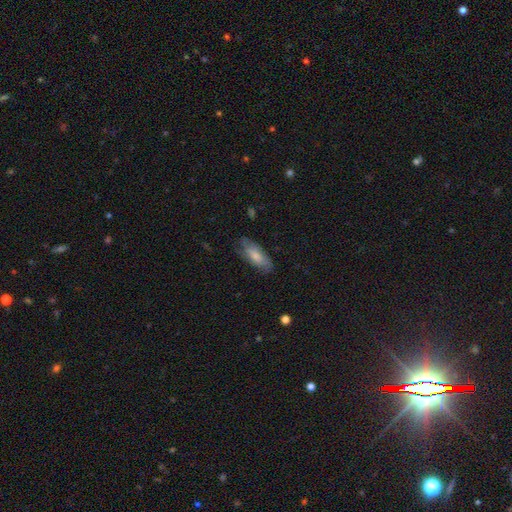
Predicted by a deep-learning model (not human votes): A smooth galaxy with no disk features (71%) that is in between round and cigar-shaped (76%).

Vote fractions:
- Smooth or featured? smooth: 71% / featured or disk: 23% / star or artifact: 6%
- How rounded? in between: 76% / cigar-shaped: 22% / round: 2%
- Merging? none: 67% / minor disturbance: 24% / major disturbance: 7% / merger: 1%